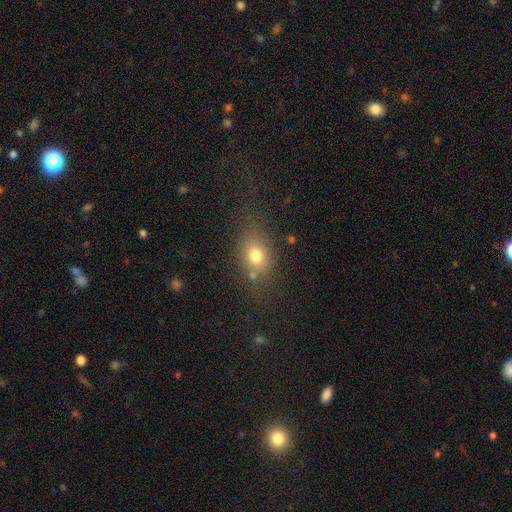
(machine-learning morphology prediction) This appears to be a smooth galaxy with no disk features (72%) that is in between round and cigar-shaped (60%). Merging: none (68%).